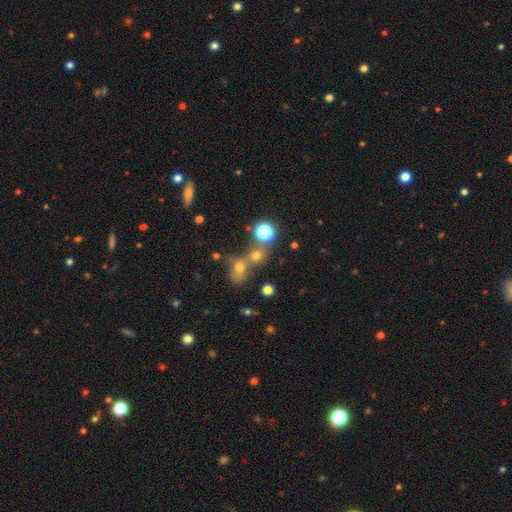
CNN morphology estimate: Smooth or featured: smooth — 52% (star or artifact — 32%)
How rounded: round — 74% (in between — 23%)
Merging: merger — 44% (none — 43%)